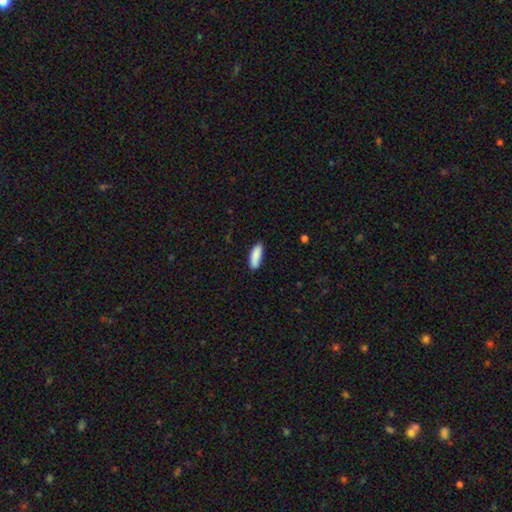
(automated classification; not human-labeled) Morphology: type=smooth (90%); roundness=in between (60%); merging=none (85%).